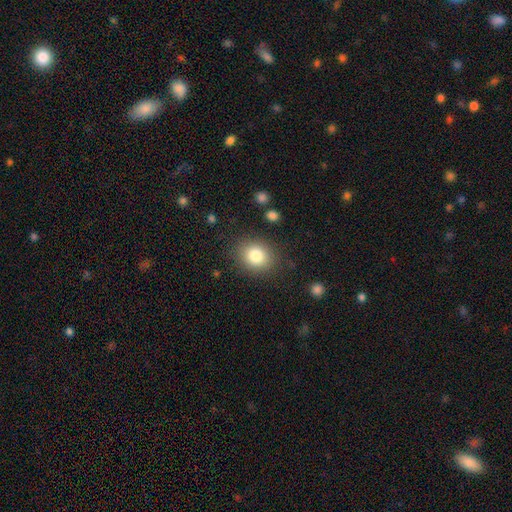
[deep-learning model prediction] Overall: smooth (82%). How rounded: round (64%; in between 35%). Merging: none (85%).